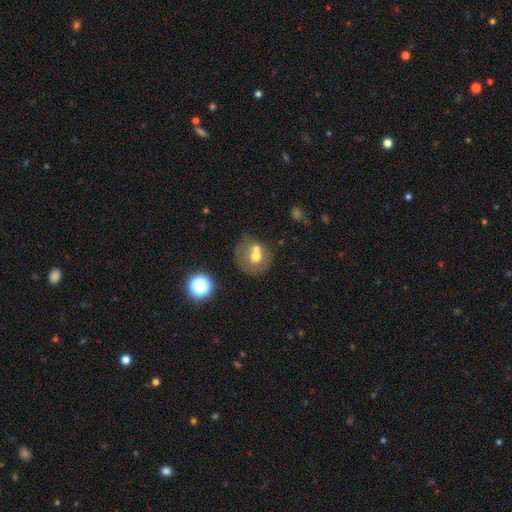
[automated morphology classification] smooth-or-featured: smooth: 56% | featured or disk: 32% | star or artifact: 12%
  how-rounded: round: 80% | in between: 19% | cigar-shaped: 1%
  merging: merger: 42% | none: 40% | minor disturbance: 12% | major disturbance: 7%